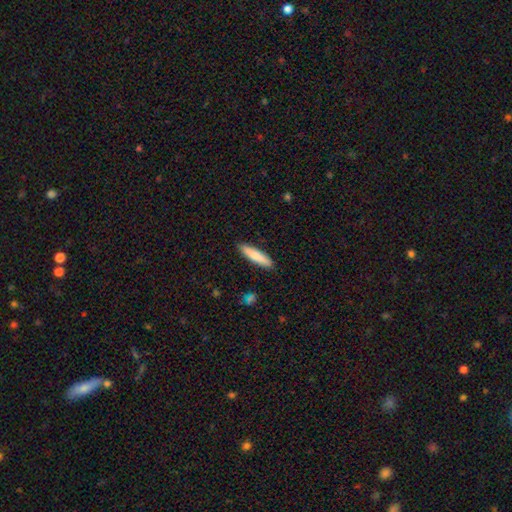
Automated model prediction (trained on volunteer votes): Q: Smooth or featured?
A: smooth (79%); runner-up: featured or disk (16%)
Q: How rounded?
A: cigar-shaped (84%); runner-up: in between (15%)
Q: Merging?
A: none (90%); runner-up: minor disturbance (7%)